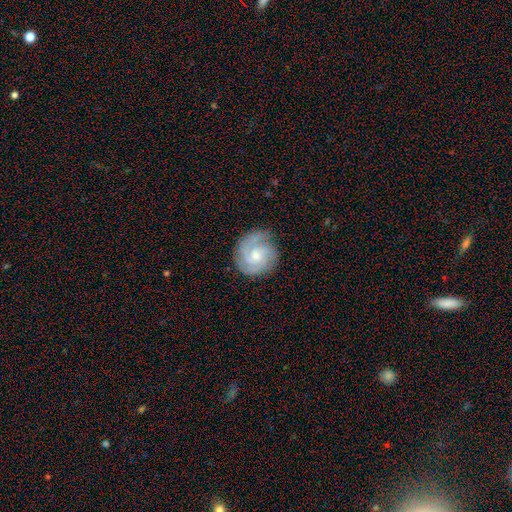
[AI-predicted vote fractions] smooth-or-featured: featured or disk: 80% | smooth: 15% | star or artifact: 6%
  disk-edge-on: no: 98% | yes: 2%
    bar: no: 70% | weak: 27% | strong: 3%
    has-spiral-arms: yes: 96% | no: 4%
      spiral-winding: tight: 64% | medium: 30% | loose: 6%
      spiral-arm-count: 3: 37% | 2: 24% | can't tell: 20% | 4: 8% | 1: 6% | more than 4: 5%
    bulge-size: small: 56% | moderate: 39% | none: 3% | large: 2% | dominant: 1%
  merging: none: 77% | minor disturbance: 17% | major disturbance: 5% | merger: 1%